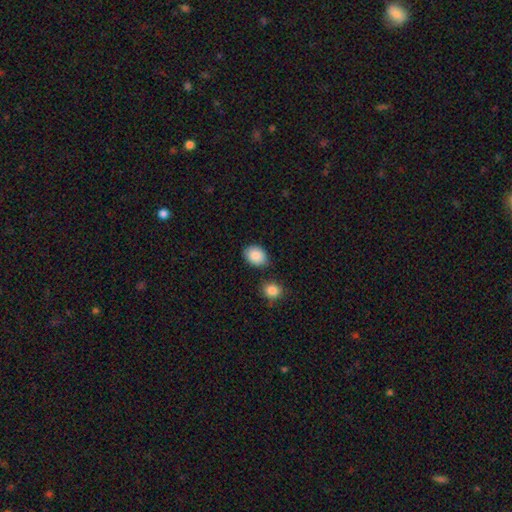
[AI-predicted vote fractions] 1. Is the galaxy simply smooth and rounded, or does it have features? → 88% smooth, 7% star or artifact, 5% featured or disk.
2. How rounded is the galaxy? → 68% in between, 31% round, 1% cigar-shaped.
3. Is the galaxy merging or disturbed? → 78% none, 13% minor disturbance, 6% merger, 3% major disturbance.